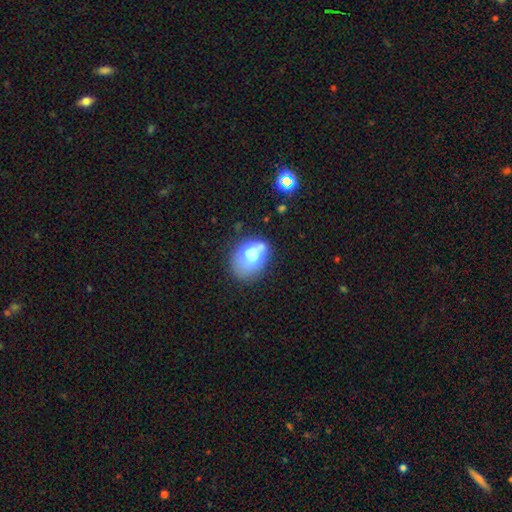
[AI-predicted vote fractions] A smooth galaxy with no disk features (74%) that is in between round and cigar-shaped (69%). Merging: none (49%).